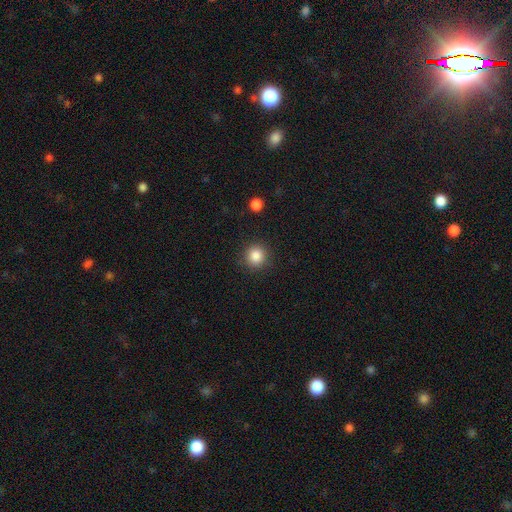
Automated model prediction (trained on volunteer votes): smooth-or-featured: smooth: 86% | star or artifact: 10% | featured or disk: 4%
  how-rounded: round: 93% | in between: 7% | cigar-shaped: 1%
  merging: none: 90% | minor disturbance: 6% | major disturbance: 2% | merger: 1%